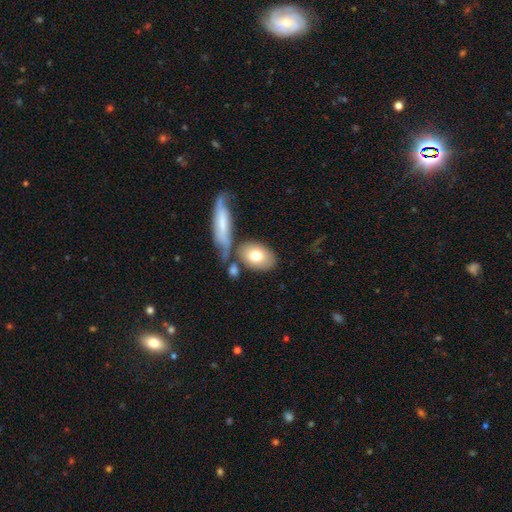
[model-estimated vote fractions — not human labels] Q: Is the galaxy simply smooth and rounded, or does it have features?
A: smooth — 74%.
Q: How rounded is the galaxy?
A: in between — 84%.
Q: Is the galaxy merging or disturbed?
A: none — 60%.